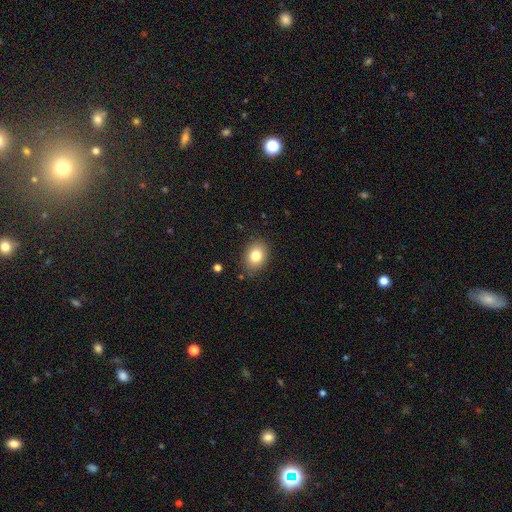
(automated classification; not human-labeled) Smooth or featured: smooth — 81% (featured or disk — 10%)
How rounded: in between — 66% (round — 33%)
Merging: none — 86% (minor disturbance — 10%)